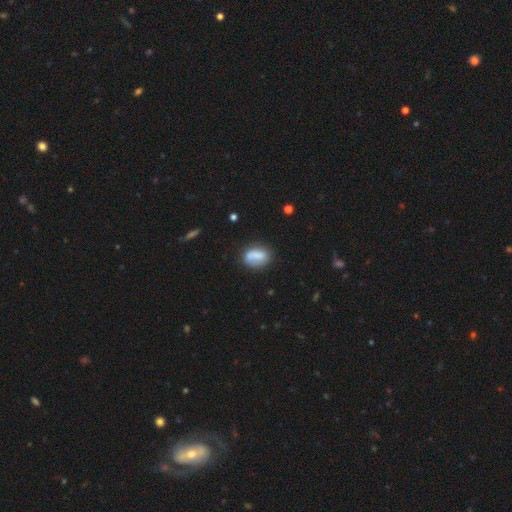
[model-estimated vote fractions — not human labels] A smooth galaxy with no disk features (73%) that is in between round and cigar-shaped (76%). Merging: none (62%).